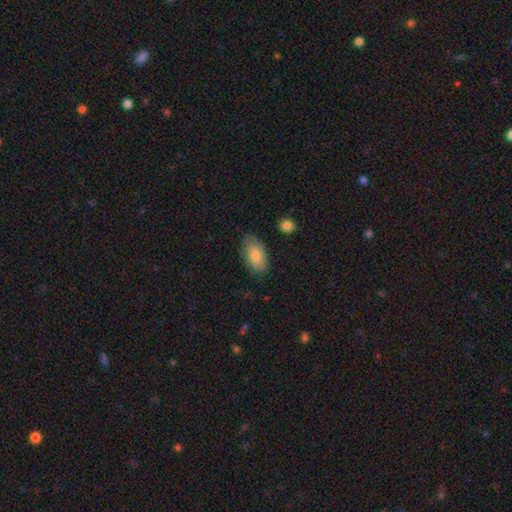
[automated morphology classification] This appears to be a smooth galaxy with no disk features (82%) that is in between round and cigar-shaped (94%). Merging: none (78%).